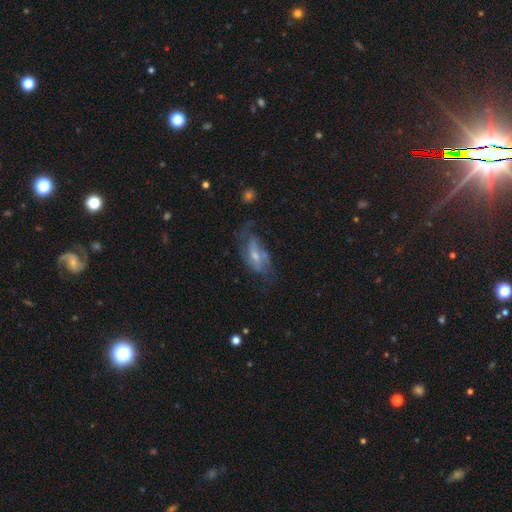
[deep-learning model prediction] Q: Smooth or featured?
A: featured or disk (67%); runner-up: smooth (25%)
Q: Edge-on disk?
A: no (87%); runner-up: yes (13%)
Q: Bar?
A: no (43%); runner-up: weak (41%)
Q: Spiral arms?
A: yes (73%); runner-up: no (27%)
Q: Bulge size?
A: small (44%); tied with: moderate (44%)
Q: Merging?
A: none (44%); runner-up: major disturbance (26%)